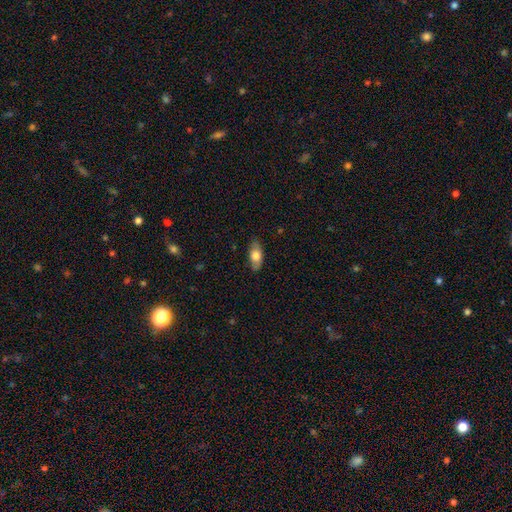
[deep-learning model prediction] This appears to be a smooth galaxy with no disk features (71%) that is in between round and cigar-shaped (87%). Merging: none (82%).